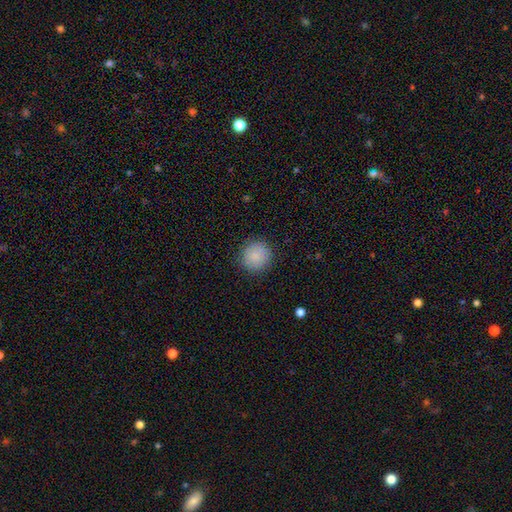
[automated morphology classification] Smooth or featured?
  - smooth: 85% *
  - star or artifact: 8%
  - featured or disk: 7%
How rounded?
  - round: 94% *
  - in between: 5%
  - cigar-shaped: 1%
Merging?
  - none: 89% *
  - minor disturbance: 8%
  - major disturbance: 2%
  - merger: 1%